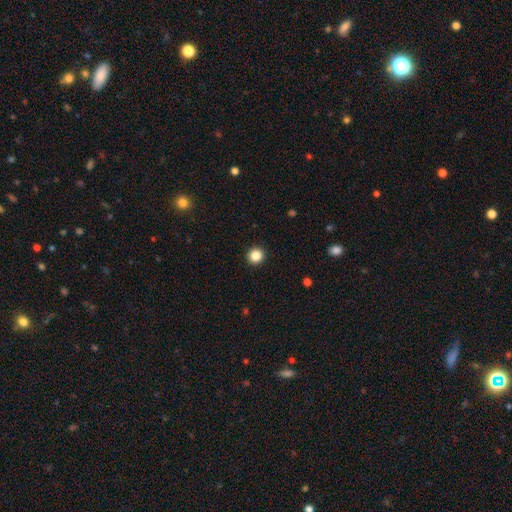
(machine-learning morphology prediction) A smooth galaxy with no disk features (86%) that is round (95%). Merging: none (94%).